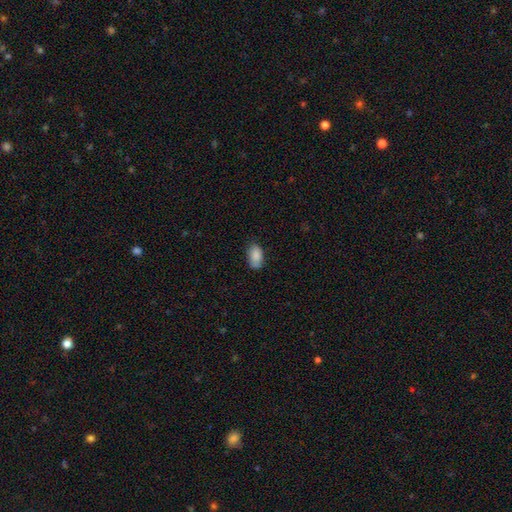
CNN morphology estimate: Overall: smooth (87%). How rounded: in between (93%). Merging: none (74%).